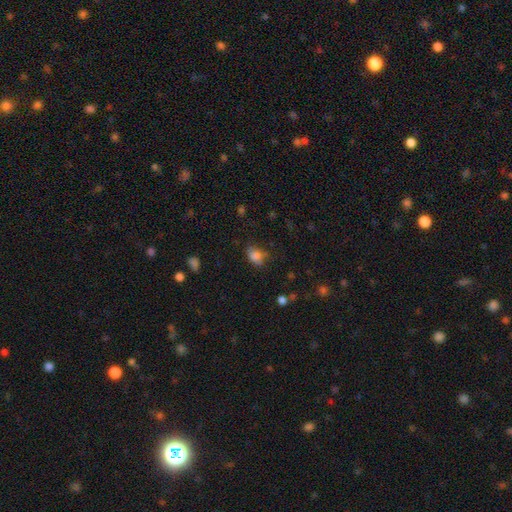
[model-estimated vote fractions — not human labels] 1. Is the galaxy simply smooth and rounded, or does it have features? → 80% smooth, 11% star or artifact, 9% featured or disk.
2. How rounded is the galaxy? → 70% in between, 28% round, 2% cigar-shaped.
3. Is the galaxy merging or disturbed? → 54% none, 29% minor disturbance, 12% major disturbance, 4% merger.